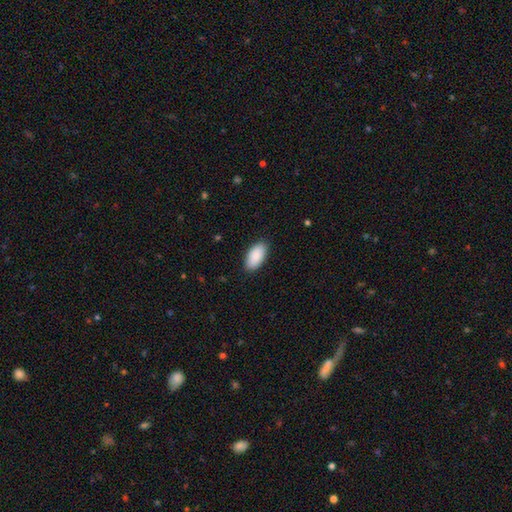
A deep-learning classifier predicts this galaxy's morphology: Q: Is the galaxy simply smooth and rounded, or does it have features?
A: smooth — 91%.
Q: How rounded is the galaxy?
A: in between — 95%.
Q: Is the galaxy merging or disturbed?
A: none — 88%.